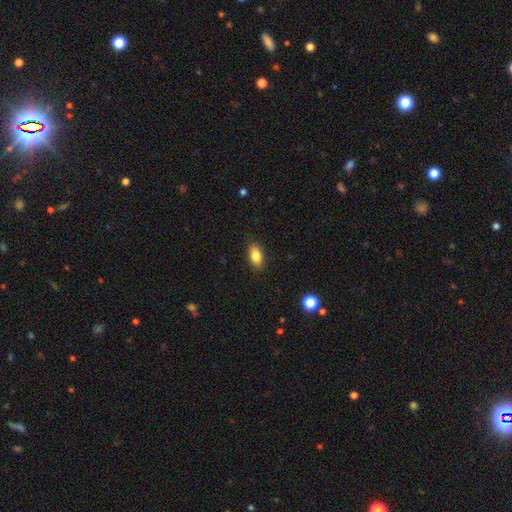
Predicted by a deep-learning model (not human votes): Q: Smooth or featured?
A: smooth (85%); runner-up: star or artifact (8%)
Q: How rounded?
A: in between (89%); runner-up: round (7%)
Q: Merging?
A: none (86%); runner-up: minor disturbance (10%)